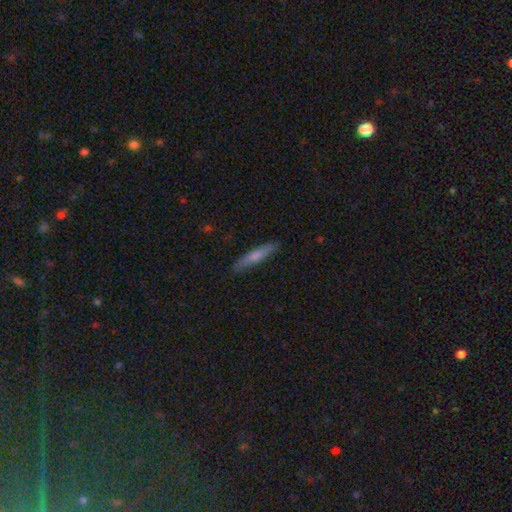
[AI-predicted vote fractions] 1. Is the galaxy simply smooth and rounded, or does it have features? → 68% smooth, 26% featured or disk, 5% star or artifact.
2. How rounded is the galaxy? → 89% cigar-shaped, 10% in between, 1% round.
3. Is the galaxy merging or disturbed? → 87% none, 10% minor disturbance, 2% major disturbance, 1% merger.